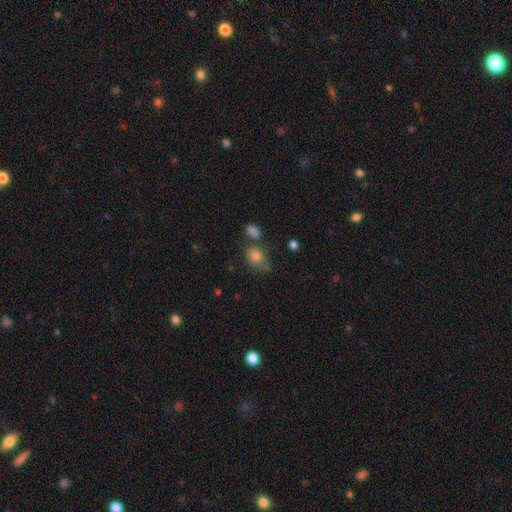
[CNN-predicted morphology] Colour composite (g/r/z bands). It shows a smooth galaxy with no disk features (74%) that is in between round and cigar-shaped (51%). Merging: none (53%).